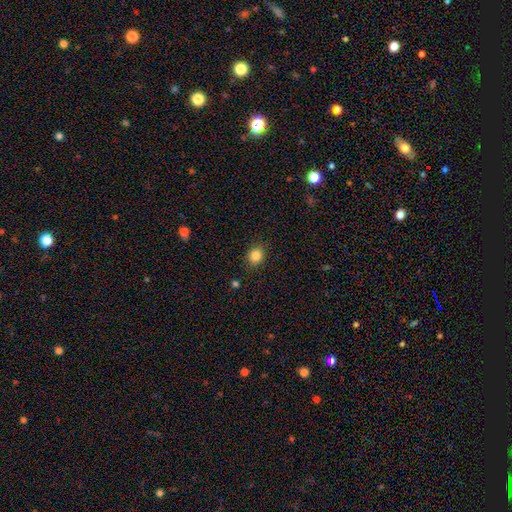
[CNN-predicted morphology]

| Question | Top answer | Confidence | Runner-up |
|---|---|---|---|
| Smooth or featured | smooth | 85% | star or artifact (10%) |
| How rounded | round | 67% | in between (32%) |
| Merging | none | 88% | minor disturbance (9%) |